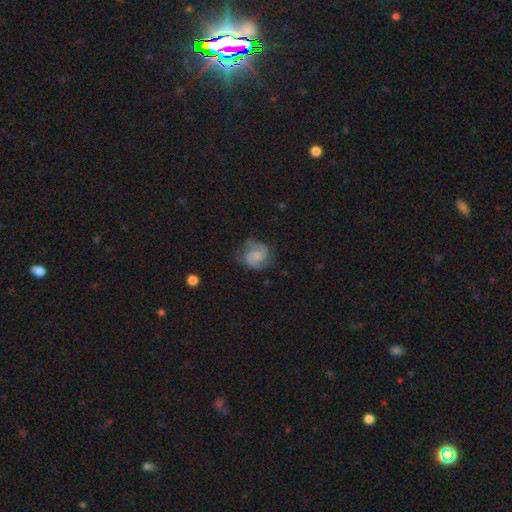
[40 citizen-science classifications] A featured or disk galaxy (80%) with no bar (68%), 2 (100%) medium (42%) spiral arms (100%) and a moderate central bulge (32%, tied with none).

Vote fractions:
- Smooth or featured? featured or disk: 80% / smooth: 15% / star or artifact: 5%
- Edge-on disk? no: 97% / yes: 3%
- Bar? no: 68% / weak: 26% / strong: 6%
- Spiral arms? yes: 100% / no: 0%
- Spiral winding? medium: 42% / tight: 39% / loose: 19%
- Spiral arm count? 2: 100% / 1: 0% / 3: 0% / 4: 0% / more than 4: 0% / can't tell: 0%
- Bulge size? moderate: 32% (tied) / none: 32% (tied) / large: 19% / small: 16% / dominant: 0%
- Merging? none: 74% / minor disturbance: 16% / major disturbance: 11% / merger: 0%